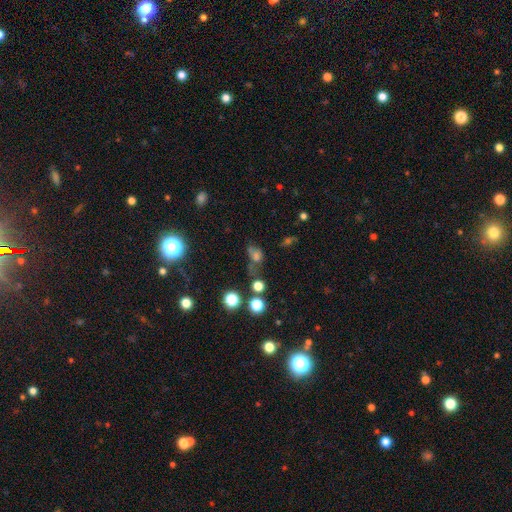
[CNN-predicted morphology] Smooth or featured? smooth (55%)
How rounded? round (54%)
Merging? none (41%)